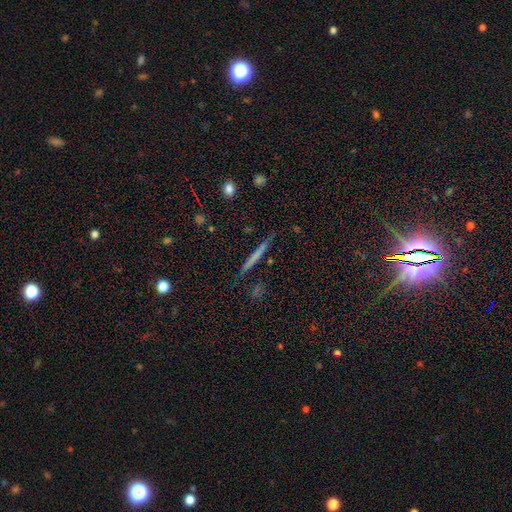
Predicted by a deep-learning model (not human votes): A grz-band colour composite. It shows a smooth galaxy with no disk features (52%) that is cigar-shaped (95%). Merging: none (86%).